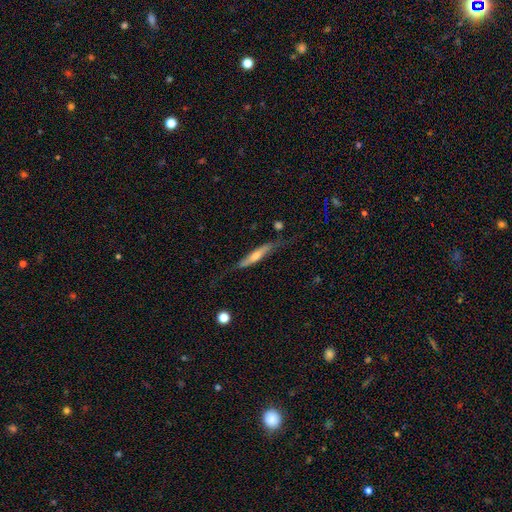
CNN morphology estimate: Smooth or featured: featured or disk — 66% (smooth — 27%)
Edge-on disk: yes — 86% (no — 14%)
Edge-on bulge: rounded — 73% (none — 17%)
Merging: none — 64% (minor disturbance — 24%)